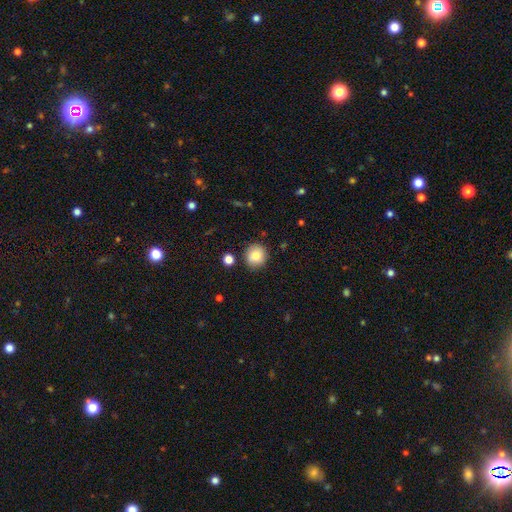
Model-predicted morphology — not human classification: Q: Smooth or featured?
A: smooth (83%); runner-up: star or artifact (9%)
Q: How rounded?
A: round (88%); runner-up: in between (11%)
Q: Merging?
A: none (86%); runner-up: minor disturbance (8%)